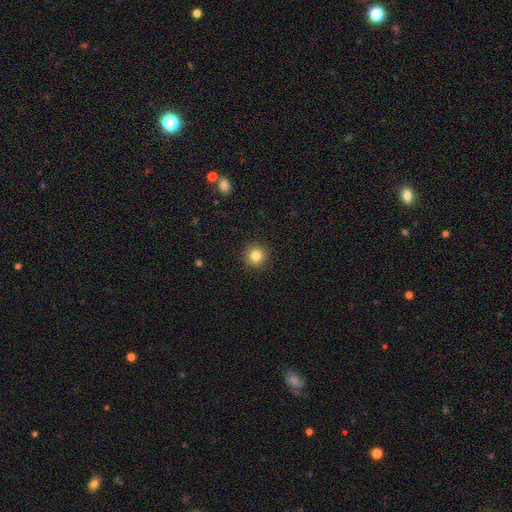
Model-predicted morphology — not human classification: type=smooth (83%); roundness=round (95%); merging=none (92%).